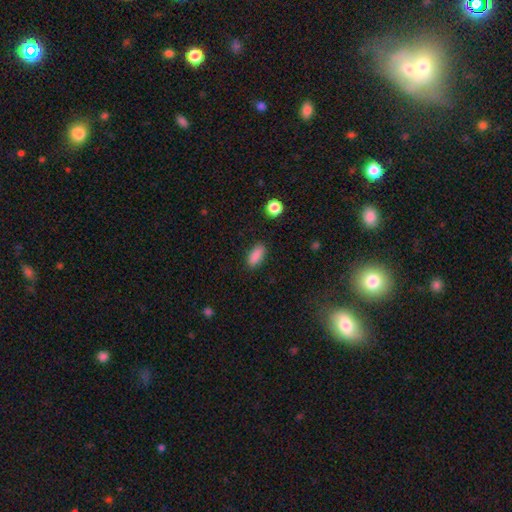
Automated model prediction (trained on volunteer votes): smooth_or_featured: smooth (p=0.88) [alt: star or artifact p=0.09]
how_rounded: in between (p=0.86) [alt: cigar-shaped p=0.10]
merging: none (p=0.86) [alt: minor disturbance p=0.10]